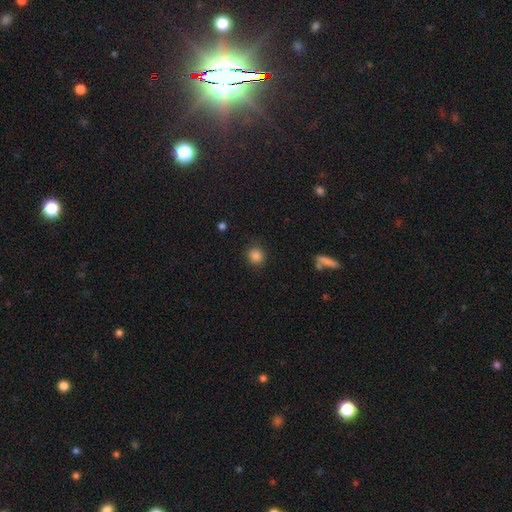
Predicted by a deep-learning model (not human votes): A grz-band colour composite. It shows a smooth galaxy with no disk features (85%) that is round (90%). Merging: none (86%).